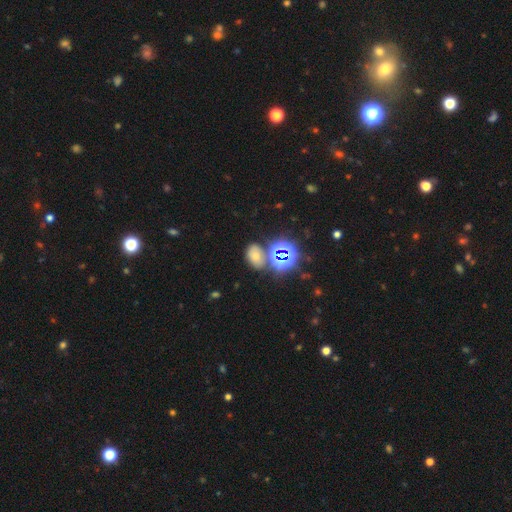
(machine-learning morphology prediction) Smooth or featured: smooth — 49% (star or artifact — 37%)
Merging: none — 65% (minor disturbance — 16%)